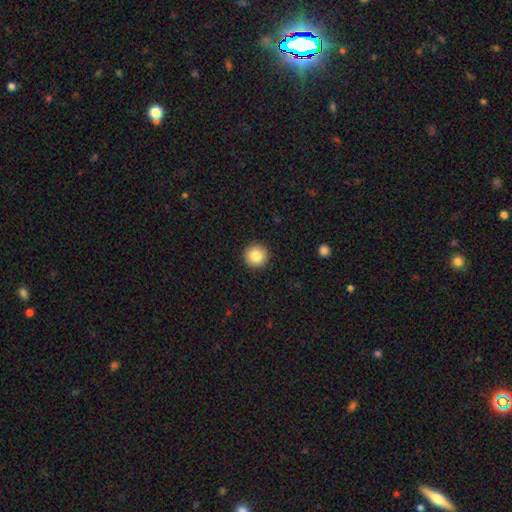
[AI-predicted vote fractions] Overall: smooth (84%). How rounded: round (96%). Merging: none (93%).